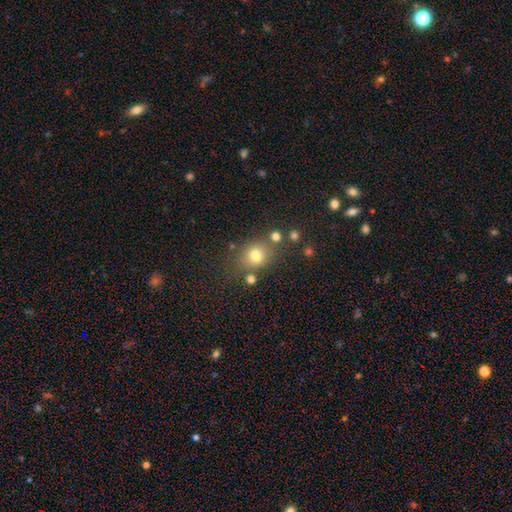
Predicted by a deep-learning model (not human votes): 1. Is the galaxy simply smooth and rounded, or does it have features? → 75% smooth, 15% star or artifact, 10% featured or disk.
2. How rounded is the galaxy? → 64% round, 35% in between, 1% cigar-shaped.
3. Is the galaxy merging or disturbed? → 71% none, 14% minor disturbance, 9% merger, 6% major disturbance.